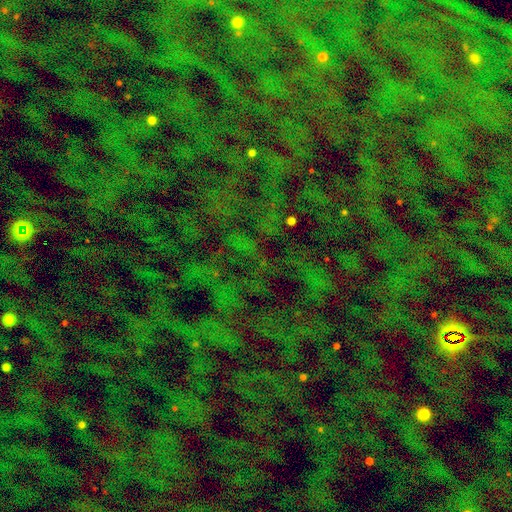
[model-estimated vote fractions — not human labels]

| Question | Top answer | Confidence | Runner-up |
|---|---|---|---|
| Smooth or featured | star or artifact | 74% | smooth (17%) |